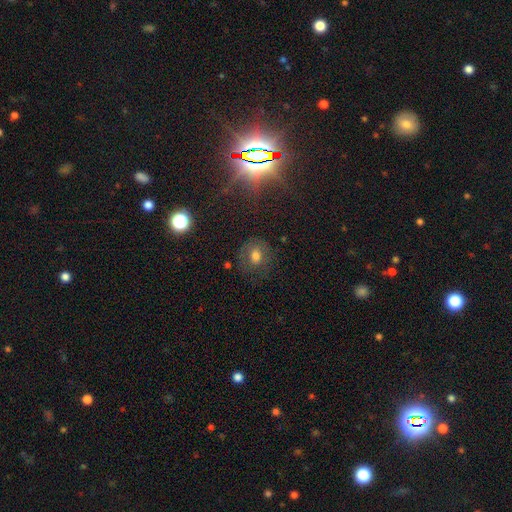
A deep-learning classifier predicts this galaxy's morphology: Overall: smooth (62%). How rounded: round (69%; in between 30%). Merging: none (68%).